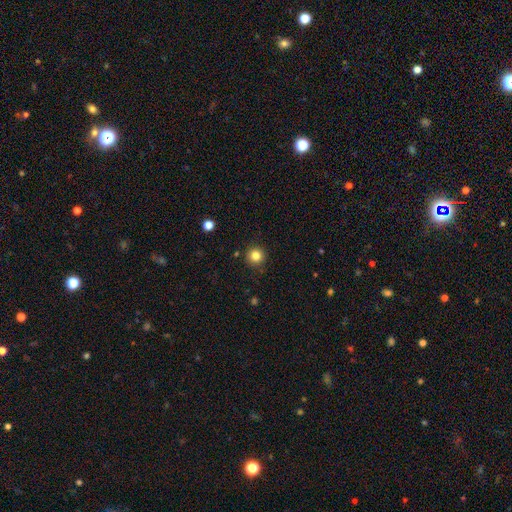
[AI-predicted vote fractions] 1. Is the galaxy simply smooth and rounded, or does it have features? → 82% smooth, 12% star or artifact, 5% featured or disk.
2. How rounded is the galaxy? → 95% round, 4% in between, 1% cigar-shaped.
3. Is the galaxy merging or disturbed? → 91% none, 6% minor disturbance, 2% major disturbance, 1% merger.